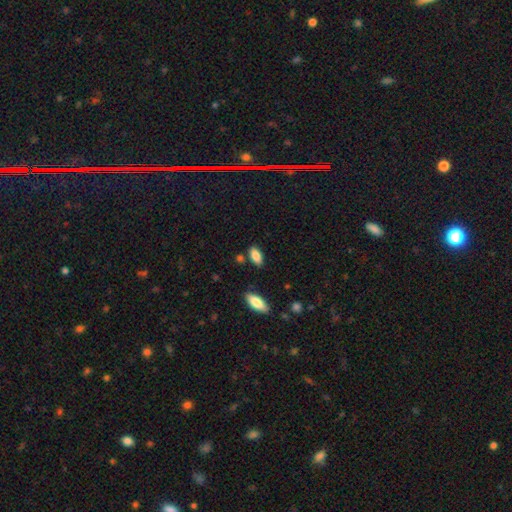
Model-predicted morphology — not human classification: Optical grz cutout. It shows a smooth galaxy with no disk features (86%) that is in between round and cigar-shaped (87%). Merging: none (81%).